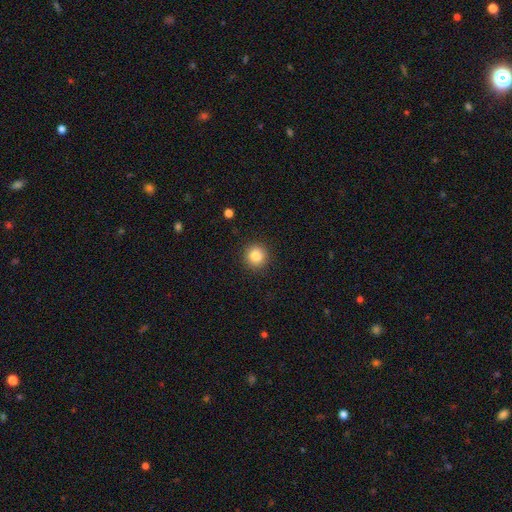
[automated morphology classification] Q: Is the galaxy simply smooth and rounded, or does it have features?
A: smooth — 85%.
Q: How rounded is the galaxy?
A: round — 94%.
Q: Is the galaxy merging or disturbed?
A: none — 91%.